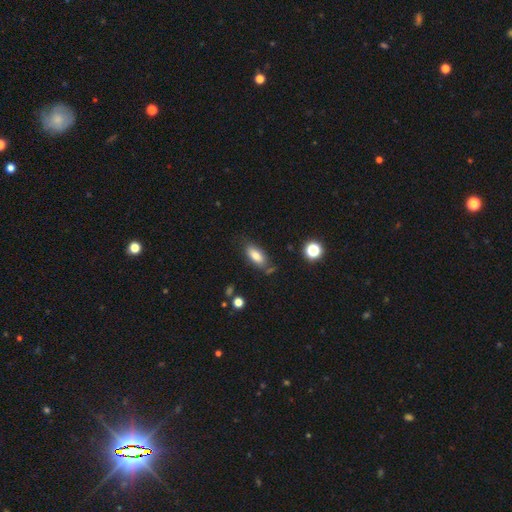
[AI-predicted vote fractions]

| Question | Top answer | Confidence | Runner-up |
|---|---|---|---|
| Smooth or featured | smooth | 79% | featured or disk (13%) |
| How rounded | in between | 84% | cigar-shaped (13%) |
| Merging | none | 73% | minor disturbance (17%) |